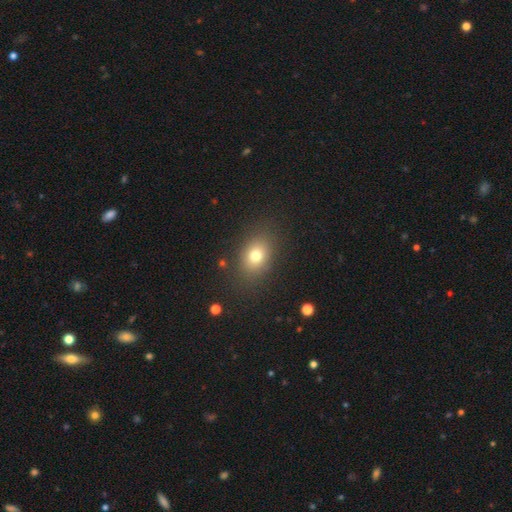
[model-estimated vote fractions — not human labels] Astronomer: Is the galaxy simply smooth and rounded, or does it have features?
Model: smooth — 76%.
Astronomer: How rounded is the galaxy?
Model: in between — 64%.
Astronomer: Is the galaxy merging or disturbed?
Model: none — 84%.